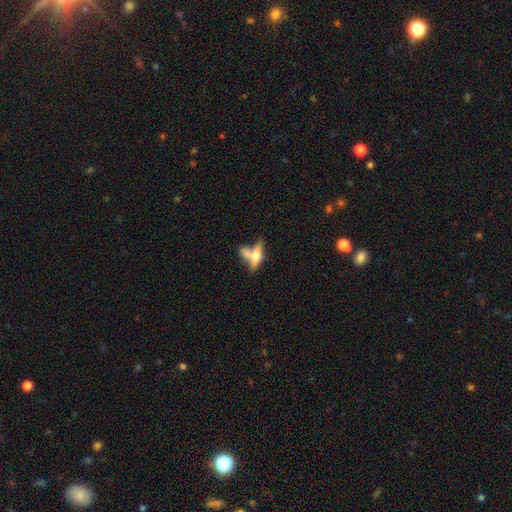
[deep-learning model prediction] Morphology: type=smooth (46%); merging=merger (46%).